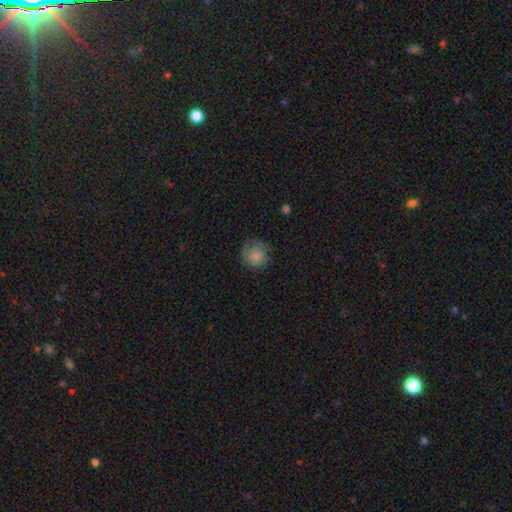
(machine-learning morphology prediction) A smooth galaxy with no disk features (76%) that is round (88%). Merging: none (68%).